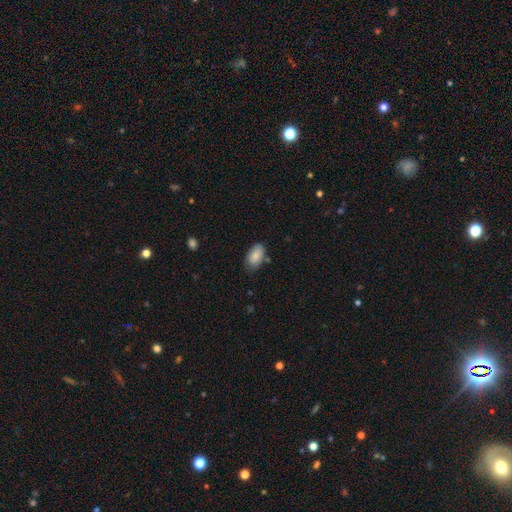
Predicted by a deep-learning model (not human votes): The model was most divided on "merging": none: 72%, minor disturbance: 22%, major disturbance: 4%, merger: 3%. More confident: how rounded — in between (94%); smooth or featured — smooth (85%).